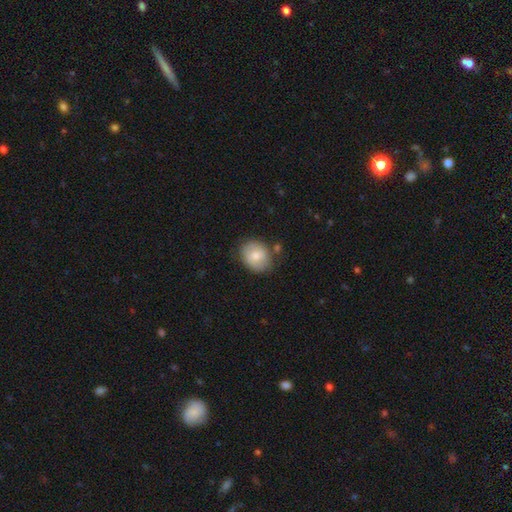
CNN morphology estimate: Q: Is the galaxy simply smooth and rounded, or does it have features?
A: smooth — 70%.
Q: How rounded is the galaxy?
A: round — 55%.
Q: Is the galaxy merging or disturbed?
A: none — 74%.